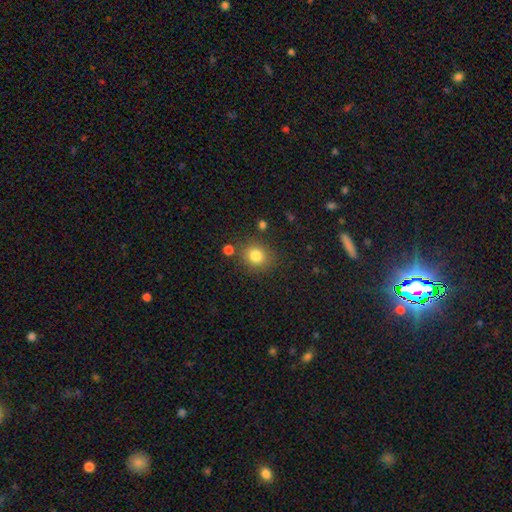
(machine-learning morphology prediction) smooth 81%, star or artifact 12%, featured or disk 7%. Down the decision tree: how rounded — round (78%); merging — none (81%).